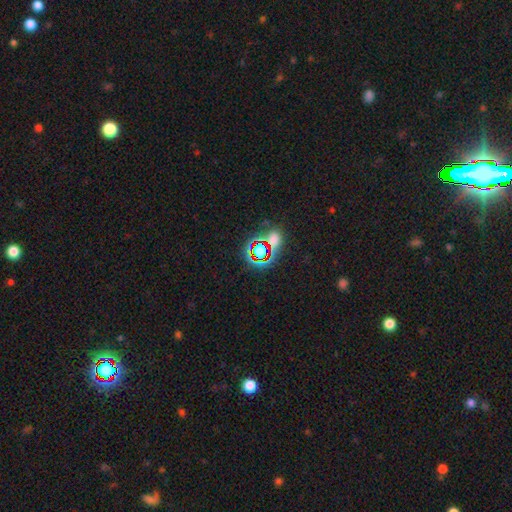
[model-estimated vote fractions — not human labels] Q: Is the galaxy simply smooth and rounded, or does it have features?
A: star or artifact — 74%.